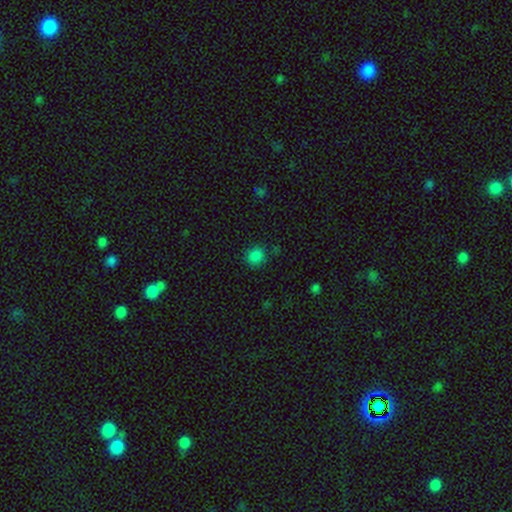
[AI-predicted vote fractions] Morphology: type=smooth (83%); roundness=round (84%); merging=none (84%).